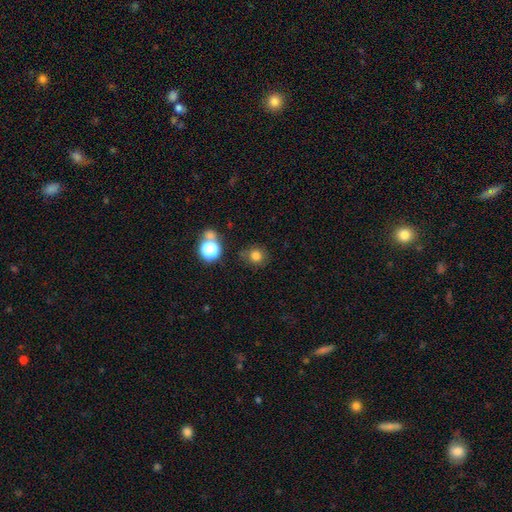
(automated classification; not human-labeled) A smooth galaxy with no disk features (77%) that is round (88%).

Vote fractions:
- Smooth or featured? smooth: 77% / star or artifact: 17% / featured or disk: 6%
- How rounded? round: 88% / in between: 11% / cigar-shaped: 1%
- Merging? none: 79% / minor disturbance: 12% / merger: 5% / major disturbance: 4%